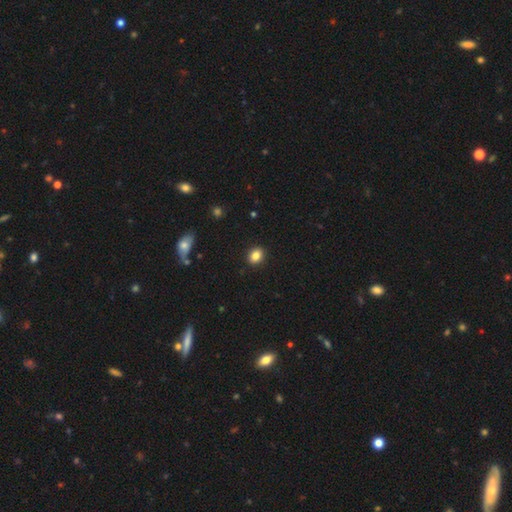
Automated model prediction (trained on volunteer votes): The model was most divided on "how rounded": in between: 55%, round: 44%, cigar-shaped: 1%. More confident: merging — none (90%); smooth or featured — smooth (85%).